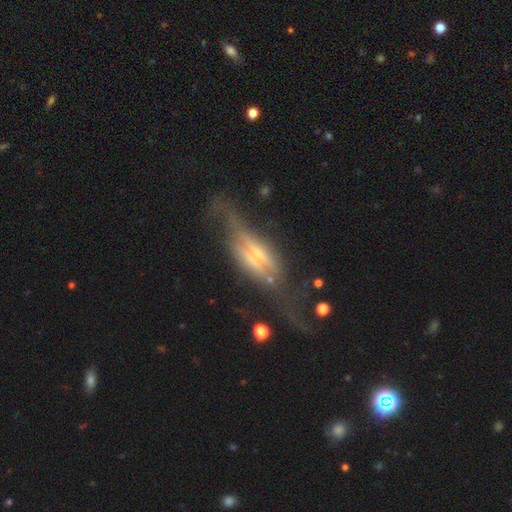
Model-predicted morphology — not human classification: smooth_or_featured: featured or disk (p=0.78) [alt: smooth p=0.15]
disk_edge_on: yes (p=0.86) [alt: no p=0.14]
edge_on_bulge: rounded (p=0.71) [alt: boxy p=0.21]
merging: none (p=0.54) [alt: minor disturbance p=0.22]